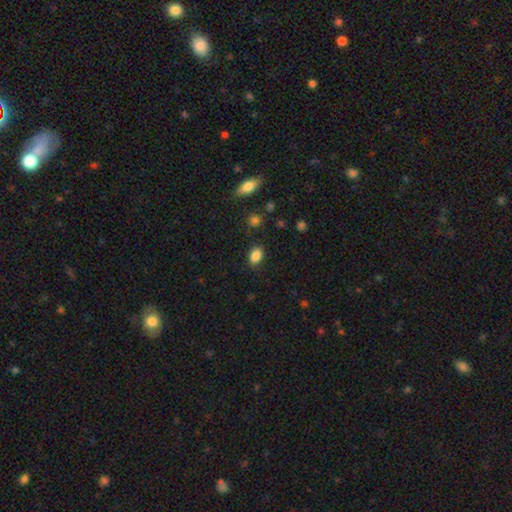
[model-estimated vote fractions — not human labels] Smooth or featured? smooth (86%)
How rounded? in between (78%)
Merging? none (84%)